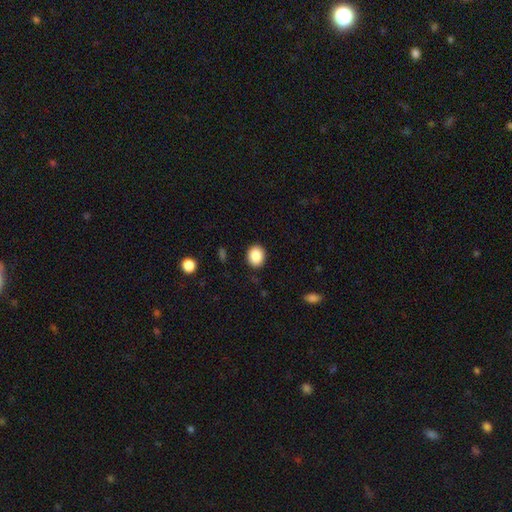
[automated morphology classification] The model was most divided on "how rounded": round: 55%, in between: 44%, cigar-shaped: 1%. More confident: merging — none (89%); smooth or featured — smooth (89%).